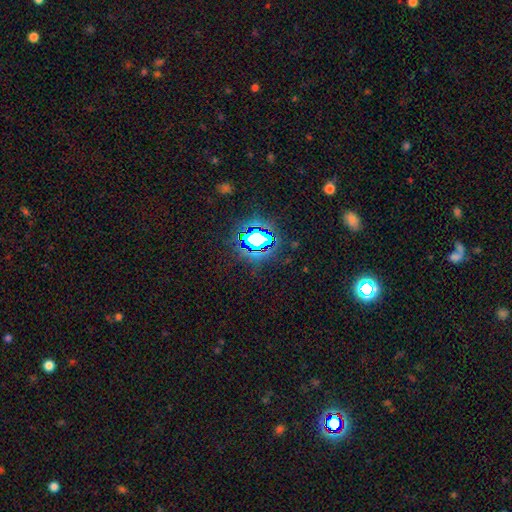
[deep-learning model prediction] Smooth or featured: star or artifact — 79% (smooth — 14%)